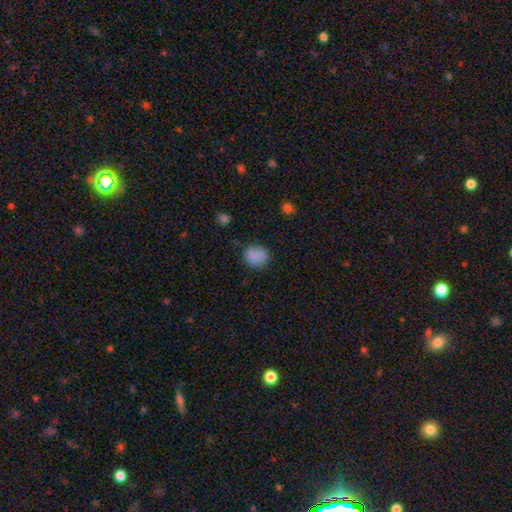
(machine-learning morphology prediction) smooth_or_featured: smooth (p=0.86) [alt: star or artifact p=0.10]
how_rounded: round (p=0.72) [alt: in between p=0.28]
merging: none (p=0.83) [alt: minor disturbance p=0.12]